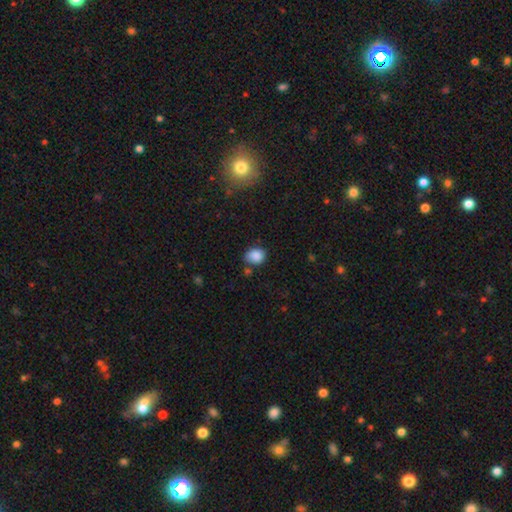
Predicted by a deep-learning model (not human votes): A smooth galaxy with no disk features (86%) that is round (50%).

Vote fractions:
- Smooth or featured? smooth: 86% / star or artifact: 9% / featured or disk: 5%
- How rounded? round: 50% / in between: 49% / cigar-shaped: 1%
- Merging? none: 67% / minor disturbance: 22% / merger: 7% / major disturbance: 5%